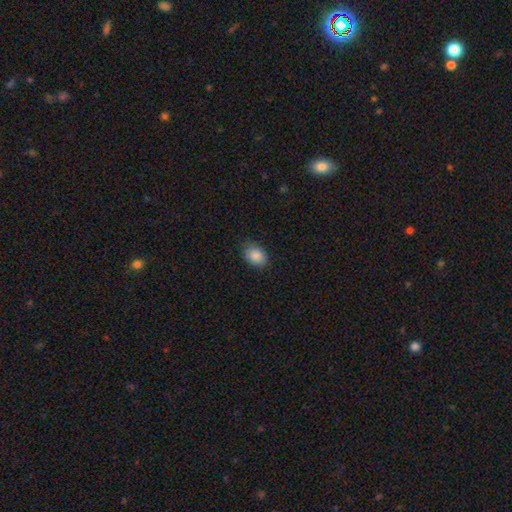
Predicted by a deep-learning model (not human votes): Morphology: type=smooth (88%); roundness=in between (74%); merging=none (82%).